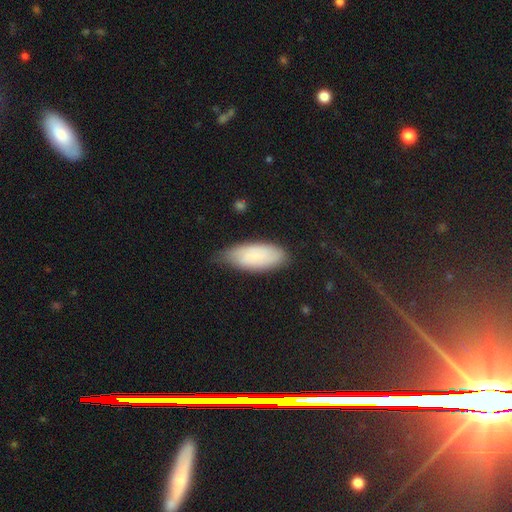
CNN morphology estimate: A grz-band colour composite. It shows a smooth galaxy with no disk features (76%) that is in between round and cigar-shaped (85%). Merging: none (61%).